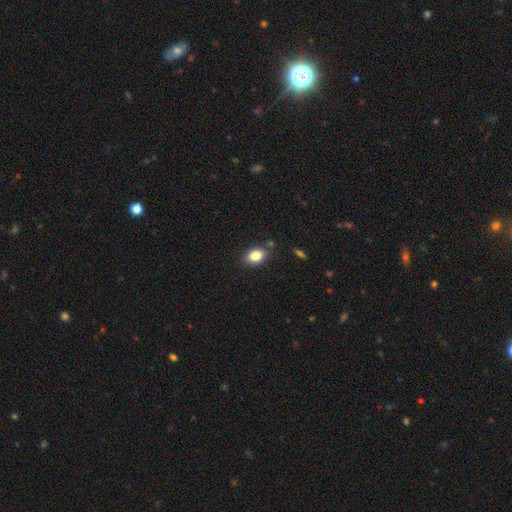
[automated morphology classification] type=smooth (82%); roundness=in between (77%); merging=none (81%).